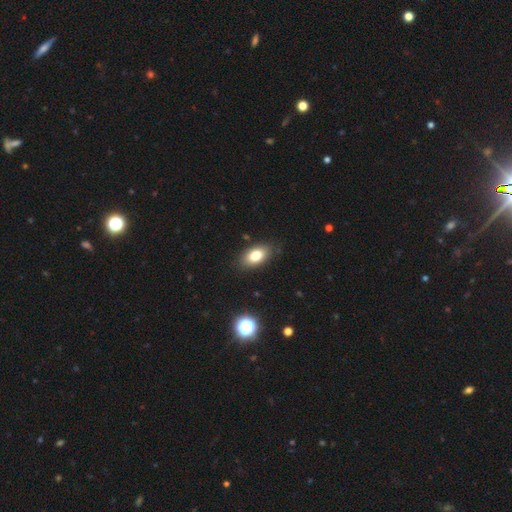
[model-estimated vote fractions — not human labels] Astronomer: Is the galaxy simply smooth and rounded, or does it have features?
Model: smooth — 79%.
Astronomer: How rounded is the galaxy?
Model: in between — 90%.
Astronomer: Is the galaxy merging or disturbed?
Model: none — 85%.